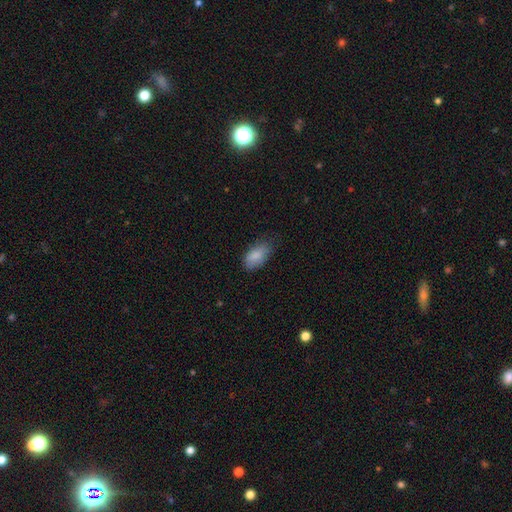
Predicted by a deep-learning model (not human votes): Q: Smooth or featured?
A: smooth (86%); runner-up: star or artifact (7%)
Q: How rounded?
A: in between (93%); runner-up: round (4%)
Q: Merging?
A: none (62%); runner-up: minor disturbance (30%)